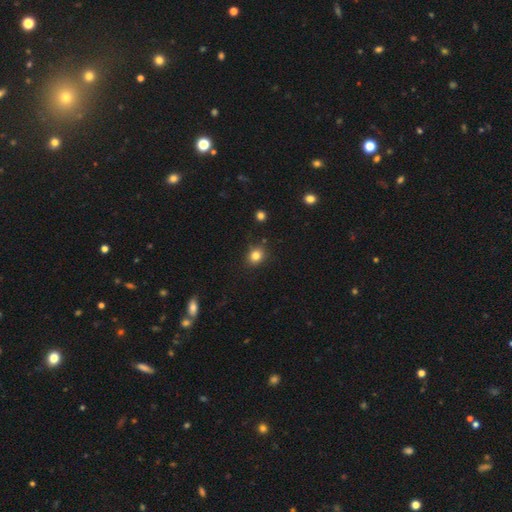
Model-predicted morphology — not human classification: Smooth or featured: smooth — 82% (star or artifact — 12%)
How rounded: round — 69% (in between — 30%)
Merging: none — 86% (minor disturbance — 9%)